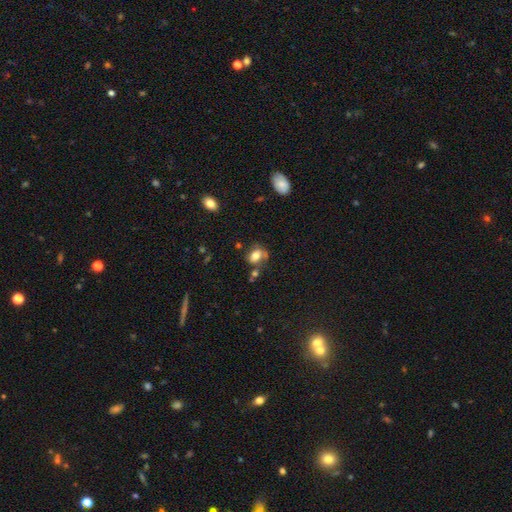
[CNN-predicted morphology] A smooth galaxy with no disk features (69%) that is in between round and cigar-shaped (70%).

Vote fractions:
- Smooth or featured? smooth: 69% / featured or disk: 19% / star or artifact: 12%
- How rounded? in between: 70% / round: 28% / cigar-shaped: 2%
- Merging? none: 45% / minor disturbance: 23% / merger: 19% / major disturbance: 13%